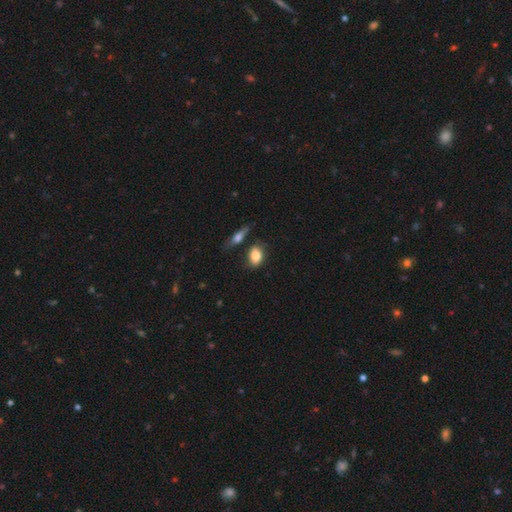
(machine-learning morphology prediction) A smooth galaxy with no disk features (82%) that is in between round and cigar-shaped (79%).

Vote fractions:
- Smooth or featured? smooth: 82% / featured or disk: 11% / star or artifact: 7%
- How rounded? in between: 79% / round: 18% / cigar-shaped: 3%
- Merging? none: 67% / minor disturbance: 18% / merger: 9% / major disturbance: 5%